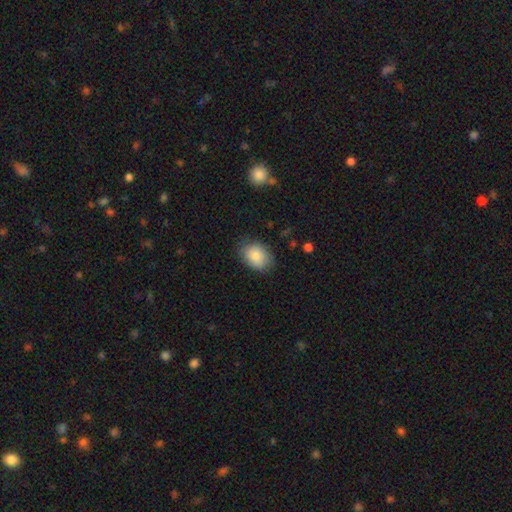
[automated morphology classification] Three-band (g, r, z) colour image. It shows a smooth galaxy with no disk features (83%) that is in between round and cigar-shaped (69%). Merging: none (77%).